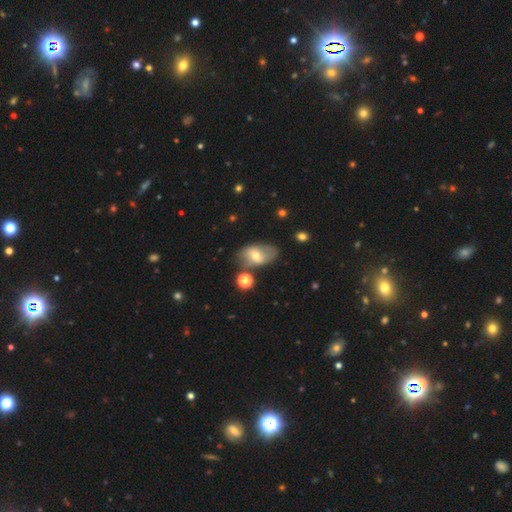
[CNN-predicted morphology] type=featured or disk (47%); merging=none (64%).